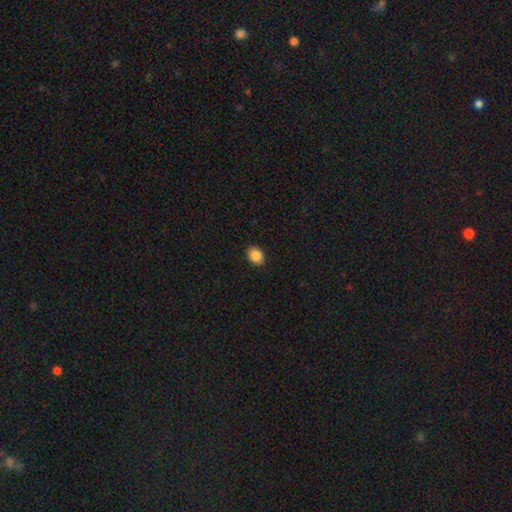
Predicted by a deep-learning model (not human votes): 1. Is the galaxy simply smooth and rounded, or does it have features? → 88% smooth, 8% star or artifact, 4% featured or disk.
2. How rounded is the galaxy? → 63% in between, 36% round, 1% cigar-shaped.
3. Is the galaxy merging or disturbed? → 89% none, 8% minor disturbance, 2% major disturbance, 1% merger.